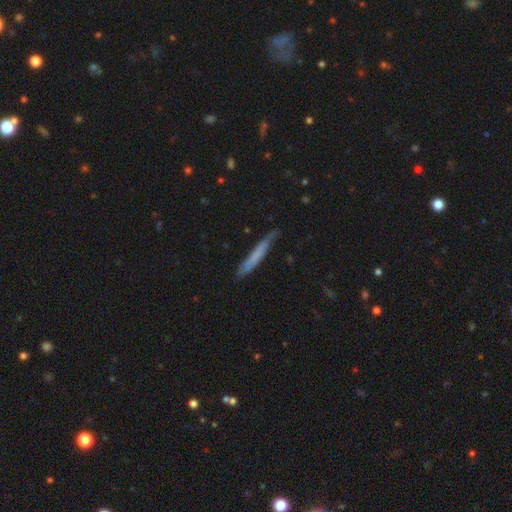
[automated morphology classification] smooth-or-featured: smooth: 61% | featured or disk: 33% | star or artifact: 6%
  how-rounded: cigar-shaped: 96% | in between: 3% | round: 1%
  merging: none: 74% | minor disturbance: 20% | major disturbance: 3% | merger: 2%